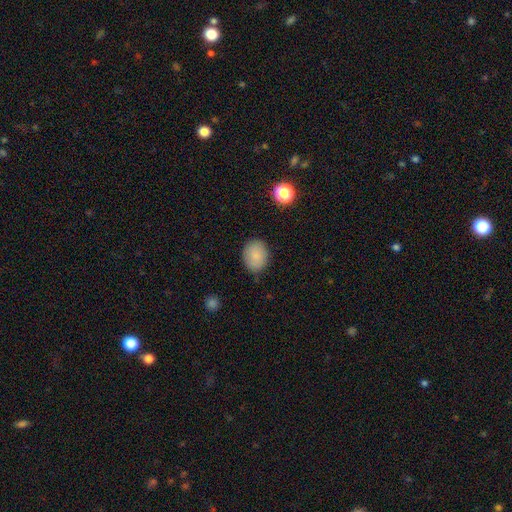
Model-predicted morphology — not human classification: type=smooth (86%); roundness=in between (51%); merging=none (85%).